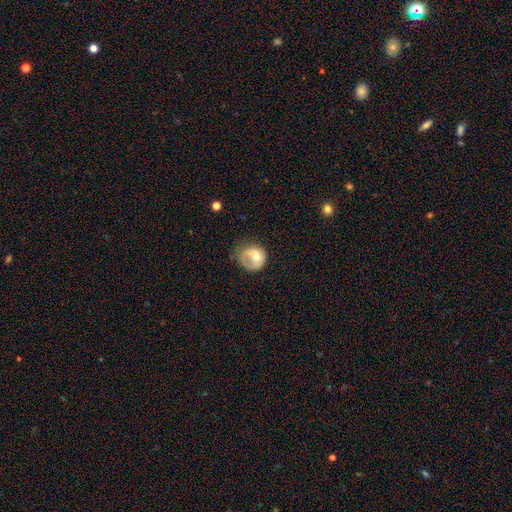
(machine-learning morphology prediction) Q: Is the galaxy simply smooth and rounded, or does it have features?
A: smooth — 61%.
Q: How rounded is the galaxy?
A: round — 66%.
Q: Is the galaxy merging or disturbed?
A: major disturbance — 35%.